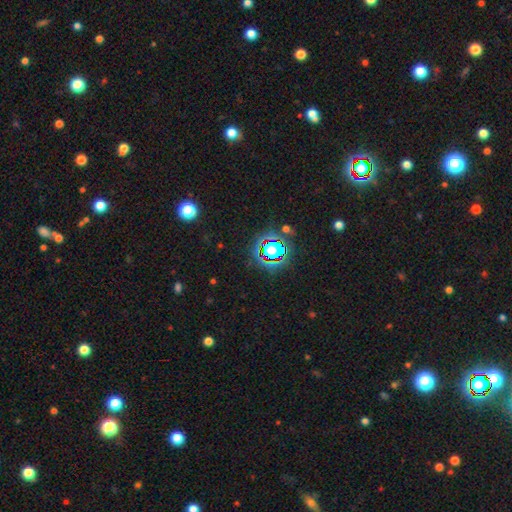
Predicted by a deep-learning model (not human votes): Morphology: type=star or artifact (80%).